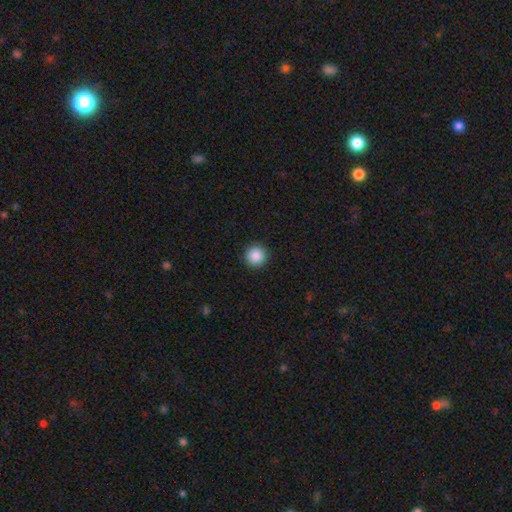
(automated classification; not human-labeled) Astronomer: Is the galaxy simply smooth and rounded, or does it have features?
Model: smooth — 88%.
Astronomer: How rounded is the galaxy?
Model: round — 96%.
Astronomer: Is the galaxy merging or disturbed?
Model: none — 93%.